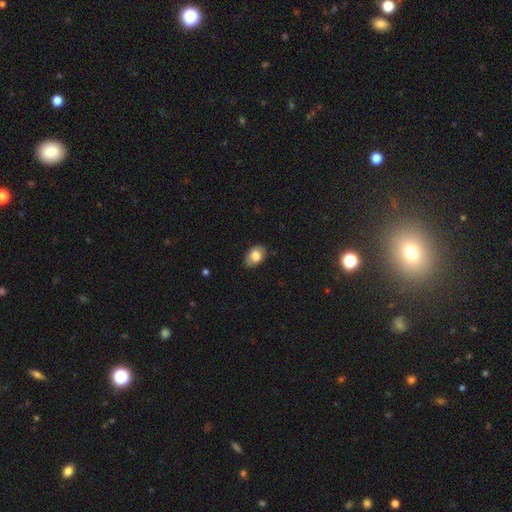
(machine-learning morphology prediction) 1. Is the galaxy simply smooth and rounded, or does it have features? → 76% smooth, 17% featured or disk, 7% star or artifact.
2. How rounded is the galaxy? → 86% in between, 12% round, 1% cigar-shaped.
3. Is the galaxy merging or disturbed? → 79% none, 17% minor disturbance, 3% major disturbance, 1% merger.